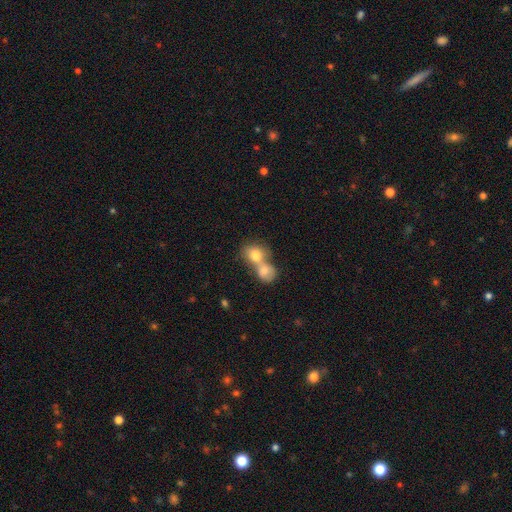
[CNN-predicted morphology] type=smooth (76%); roundness=round (63%); merging=merger (71%).